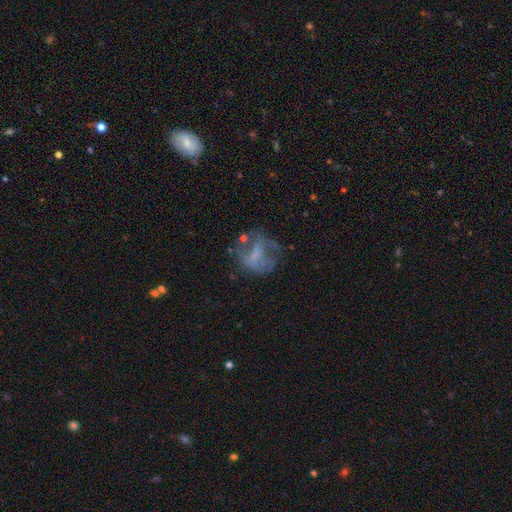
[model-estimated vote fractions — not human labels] Smooth or featured?
  - featured or disk: 55% *
  - smooth: 30%
  - star or artifact: 15%
Edge-on disk?
  - no: 97% *
  - yes: 3%
Bar?
  - no: 60% *
  - weak: 29%
  - strong: 11%
Spiral arms?
  - no: 73% *
  - yes: 27%
Bulge size?
  - none: 57% *
  - small: 24%
  - moderate: 15%
  - large: 3%
  - dominant: 1%
Merging?
  - none: 44% *
  - major disturbance: 31%
  - minor disturbance: 19%
  - merger: 5%